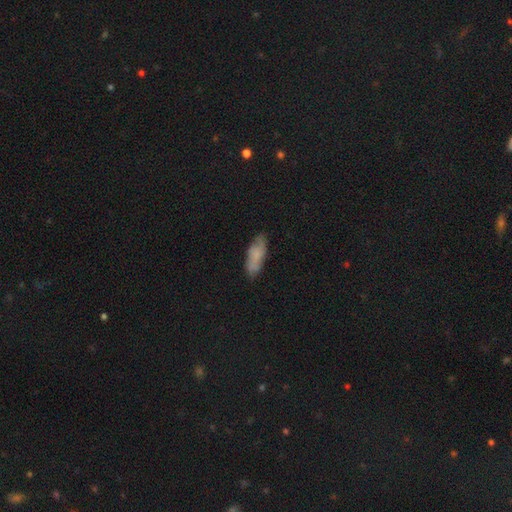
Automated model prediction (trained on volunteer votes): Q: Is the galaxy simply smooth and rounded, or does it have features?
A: smooth — 70%.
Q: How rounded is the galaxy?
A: in between — 61%.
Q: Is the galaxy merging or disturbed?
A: none — 77%.